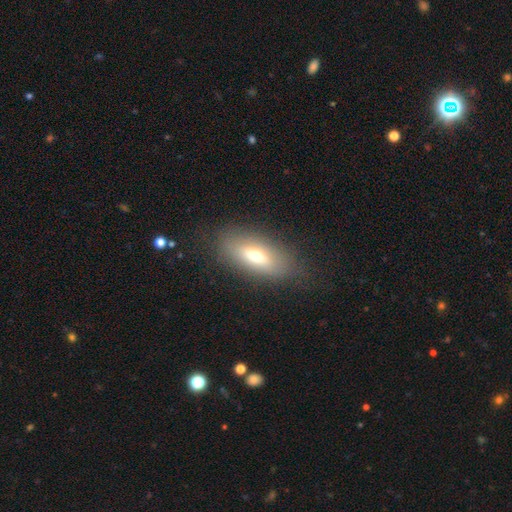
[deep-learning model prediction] smooth-or-featured: smooth: 62% | featured or disk: 28% | star or artifact: 10%
  how-rounded: in between: 75% | cigar-shaped: 21% | round: 4%
  merging: none: 80% | minor disturbance: 13% | major disturbance: 5% | merger: 1%